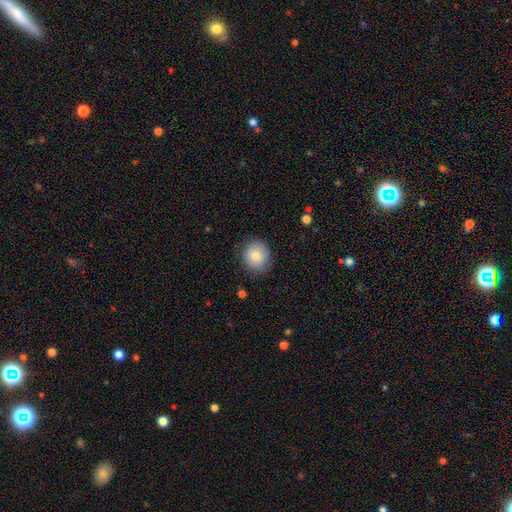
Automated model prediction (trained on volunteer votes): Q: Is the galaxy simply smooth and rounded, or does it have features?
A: smooth — 82%.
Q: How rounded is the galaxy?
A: round — 83%.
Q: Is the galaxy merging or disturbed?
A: none — 84%.